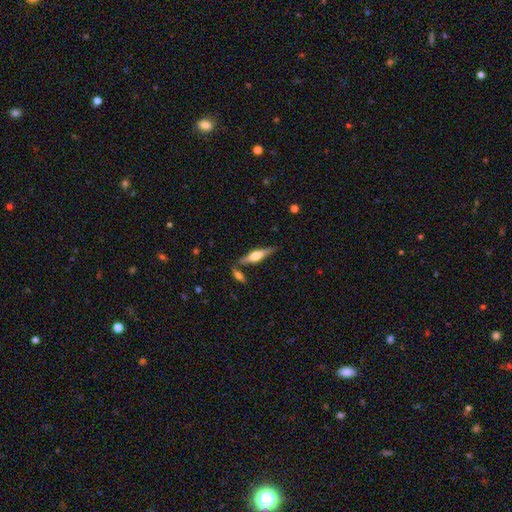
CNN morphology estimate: smooth_or_featured: featured or disk (p=0.64) [alt: smooth p=0.30]
disk_edge_on: yes (p=0.96) [alt: no p=0.04]
edge_on_bulge: rounded (p=0.87) [alt: boxy p=0.10]
merging: none (p=0.76) [alt: minor disturbance p=0.12]